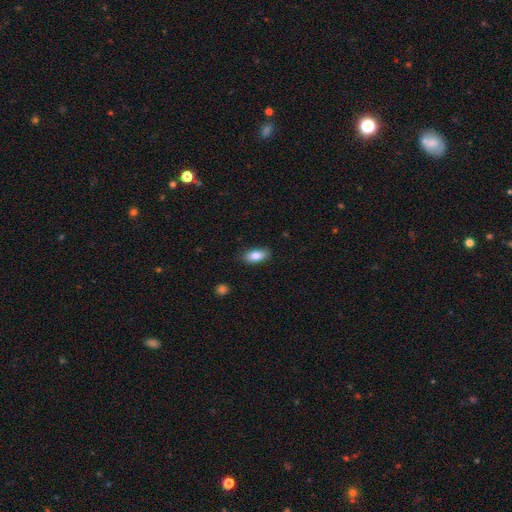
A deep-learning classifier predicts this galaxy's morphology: This is clearly a smooth galaxy (85%). How rounded: clearly in between (90%). Merging: clearly none (82%).